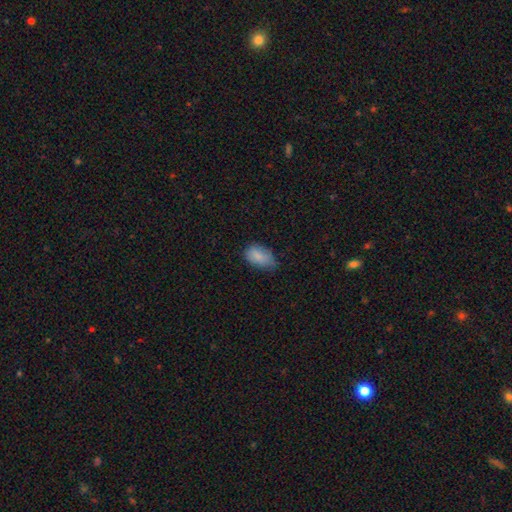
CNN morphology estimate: A smooth galaxy with no disk features (86%) that is in between round and cigar-shaped (92%).

Vote fractions:
- Smooth or featured? smooth: 86% / star or artifact: 7% / featured or disk: 7%
- How rounded? in between: 92% / round: 6% / cigar-shaped: 2%
- Merging? none: 60% / minor disturbance: 33% / major disturbance: 6% / merger: 1%